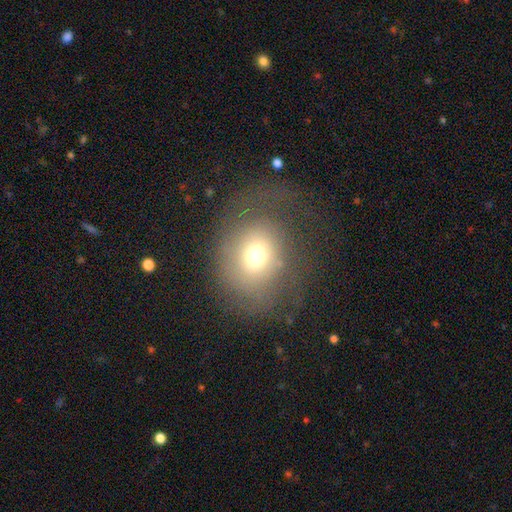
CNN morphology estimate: Smooth or featured: smooth — 62% (featured or disk — 24%)
How rounded: round — 68% (in between — 31%)
Merging: none — 50% (major disturbance — 29%)